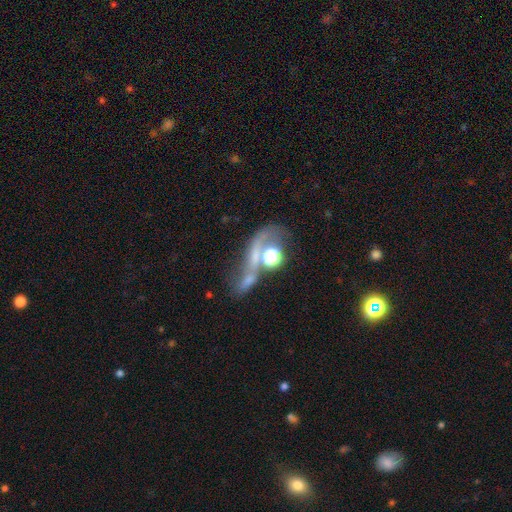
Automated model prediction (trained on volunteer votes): smooth_or_featured: featured or disk (p=0.40) [alt: smooth p=0.35]
merging: merger (p=0.36) [alt: none p=0.30]